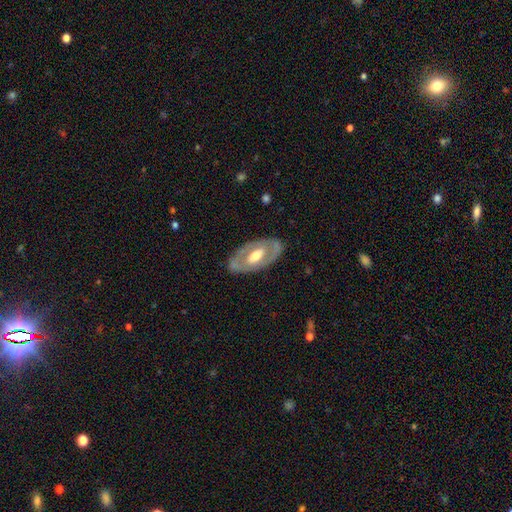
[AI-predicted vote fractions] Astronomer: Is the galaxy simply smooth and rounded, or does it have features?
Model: featured or disk — 67%.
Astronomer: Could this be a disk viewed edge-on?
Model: no — 90%.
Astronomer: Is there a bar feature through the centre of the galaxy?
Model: no — 49% (runner-up: weak, 33%).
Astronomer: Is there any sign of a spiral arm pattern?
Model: no — 67%.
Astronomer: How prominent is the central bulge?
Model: moderate — 64%.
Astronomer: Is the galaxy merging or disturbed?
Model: none — 82%.